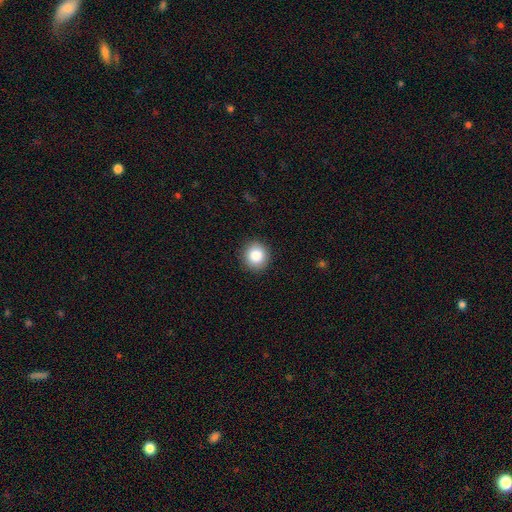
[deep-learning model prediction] smooth 86%, star or artifact 9%, featured or disk 5%. Down the decision tree: how rounded — round (90%); merging — none (91%).